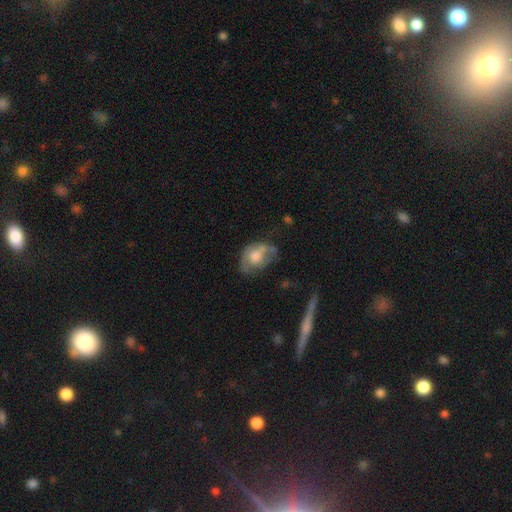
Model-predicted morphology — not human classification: smooth 49%, featured or disk 43%, star or artifact 8%. Down the decision tree: merging — none (38%).